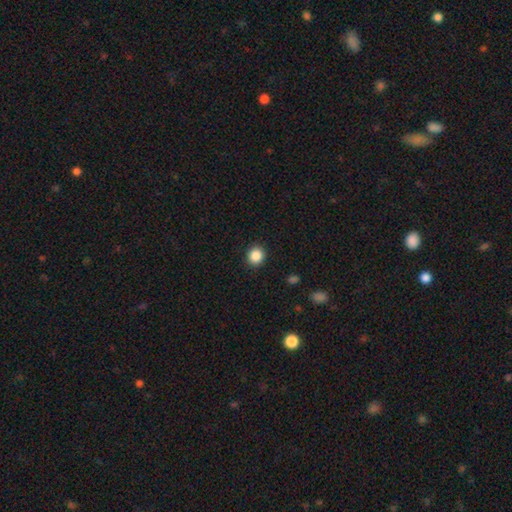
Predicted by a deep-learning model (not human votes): A smooth galaxy with no disk features (87%) that is round (87%). Merging: none (91%).